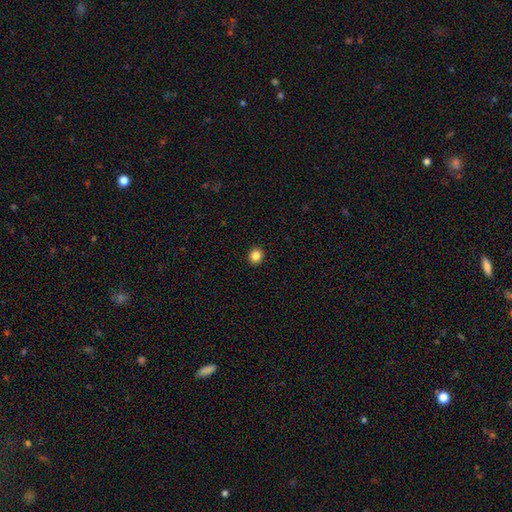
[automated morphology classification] A smooth galaxy with no disk features (85%) that is round (81%).

Vote fractions:
- Smooth or featured? smooth: 85% / star or artifact: 11% / featured or disk: 4%
- How rounded? round: 81% / in between: 19% / cigar-shaped: 1%
- Merging? none: 93% / minor disturbance: 5% / major disturbance: 2% / merger: 1%